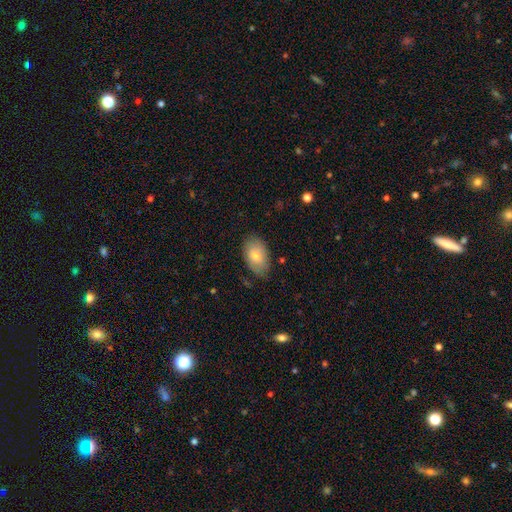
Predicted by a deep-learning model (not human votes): smooth 75%, featured or disk 18%, star or artifact 7%. Down the decision tree: how rounded — in between (93%); merging — none (81%).